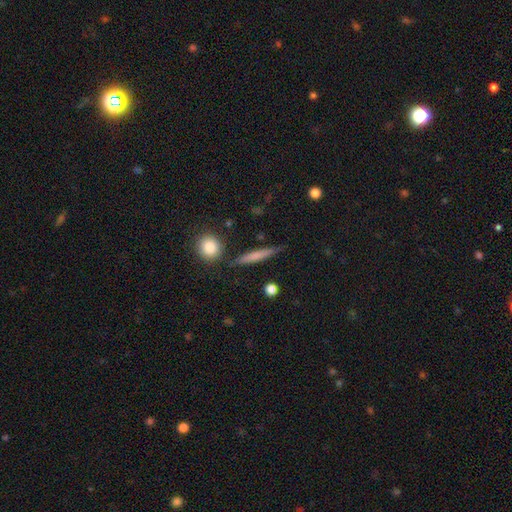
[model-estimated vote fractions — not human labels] Smooth or featured? Predicted: smooth (p=0.61). How rounded? Predicted: cigar-shaped (p=0.90). Merging? Predicted: none (p=0.84).